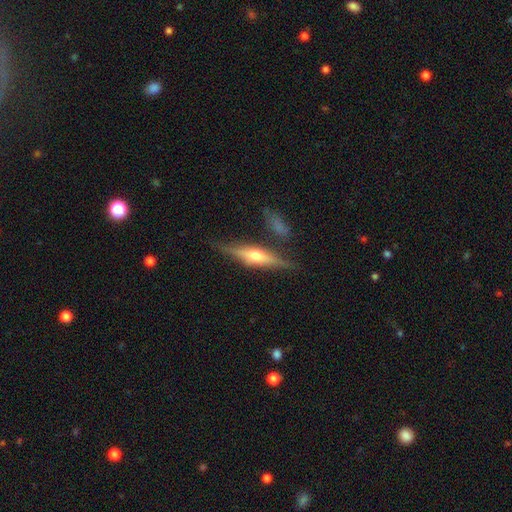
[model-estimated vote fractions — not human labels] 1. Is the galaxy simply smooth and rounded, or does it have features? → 70% featured or disk, 24% smooth, 6% star or artifact.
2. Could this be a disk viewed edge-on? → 96% yes, 4% no.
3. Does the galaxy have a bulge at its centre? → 90% rounded, 6% boxy, 4% none.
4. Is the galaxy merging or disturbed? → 81% none, 12% minor disturbance, 4% merger, 3% major disturbance.